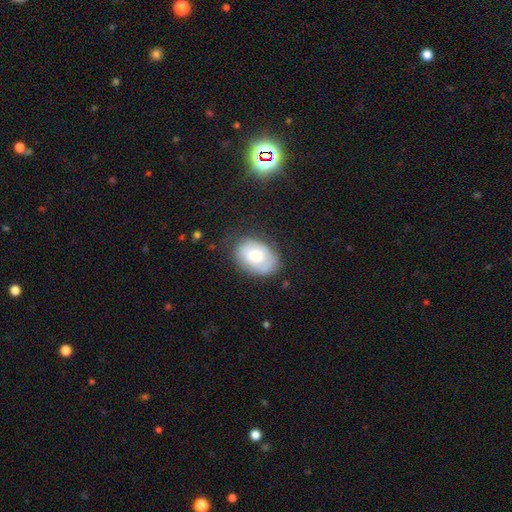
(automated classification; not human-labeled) This is likely a smooth galaxy (63%). How rounded: likely in between (74%). Merging: likely none (68%).